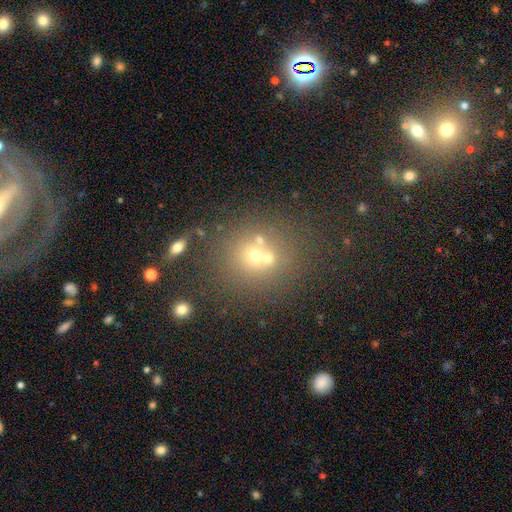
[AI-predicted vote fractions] Smooth or featured? Predicted: smooth (p=0.56). How rounded? Predicted: round (p=0.83). Merging? Predicted: none (p=0.52).